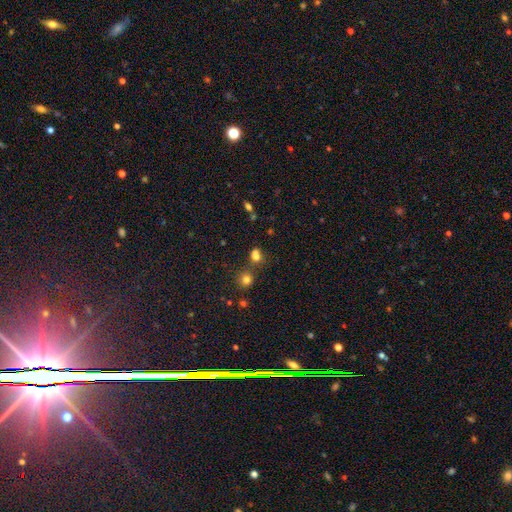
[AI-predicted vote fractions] A smooth galaxy with no disk features (73%) that is in between round and cigar-shaped (54%).

Vote fractions:
- Smooth or featured? smooth: 73% / star or artifact: 21% / featured or disk: 7%
- How rounded? in between: 54% / round: 44% / cigar-shaped: 2%
- Merging? none: 55% / merger: 26% / minor disturbance: 13% / major disturbance: 5%